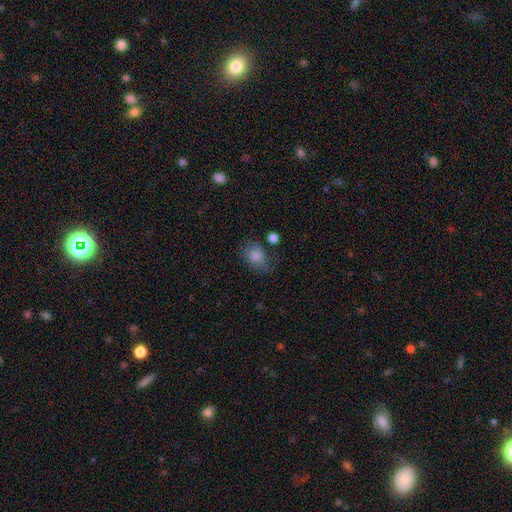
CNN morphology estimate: smooth_or_featured: smooth (p=0.77) [alt: featured or disk p=0.12]
how_rounded: in between (p=0.66) [alt: round p=0.33]
merging: none (p=0.64) [alt: minor disturbance p=0.23]